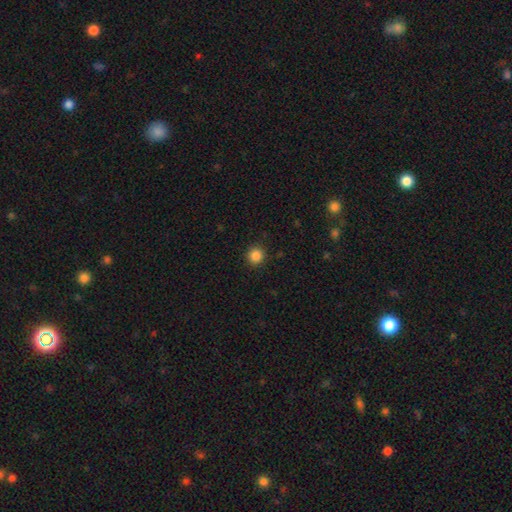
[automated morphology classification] A smooth galaxy with no disk features (86%) that is round (93%). Merging: none (91%).